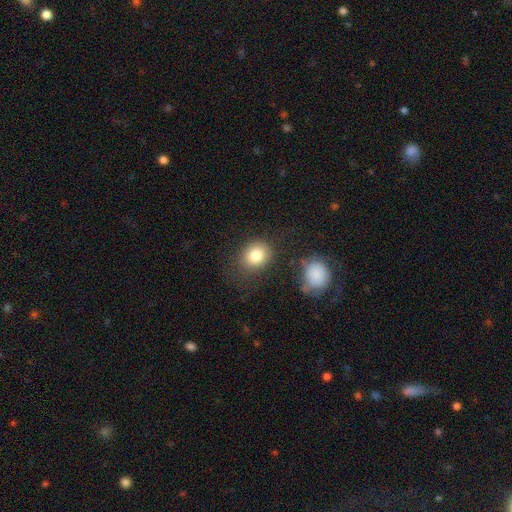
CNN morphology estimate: type=smooth (83%); roundness=round (61%); merging=none (77%).